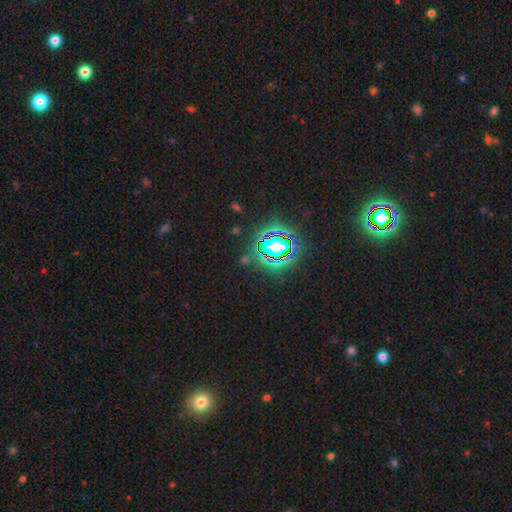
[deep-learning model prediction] smooth_or_featured: star or artifact (p=0.81) [alt: smooth p=0.11]